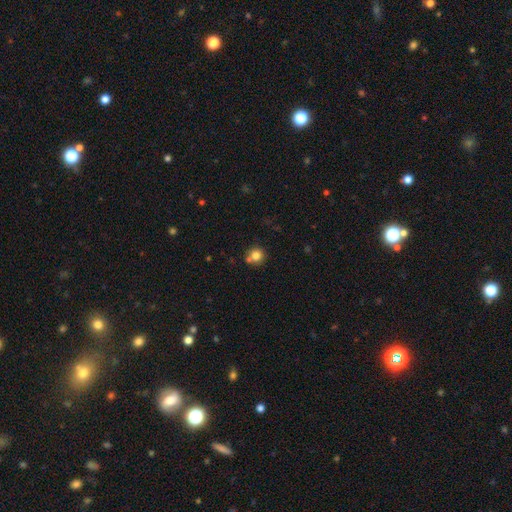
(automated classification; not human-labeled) Smooth or featured?
  - smooth: 80% *
  - star or artifact: 11%
  - featured or disk: 9%
How rounded?
  - round: 91% *
  - in between: 8%
  - cigar-shaped: 1%
Merging?
  - none: 70% *
  - merger: 16%
  - minor disturbance: 11%
  - major disturbance: 3%